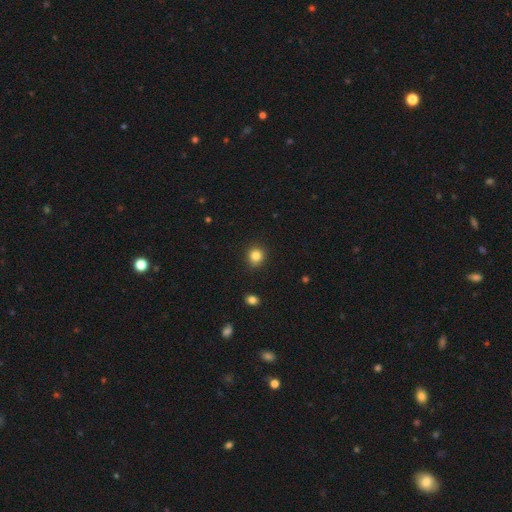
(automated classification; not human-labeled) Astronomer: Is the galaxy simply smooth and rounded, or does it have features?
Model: smooth — 84%.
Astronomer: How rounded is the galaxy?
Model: round — 87%.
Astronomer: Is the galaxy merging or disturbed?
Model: none — 88%.